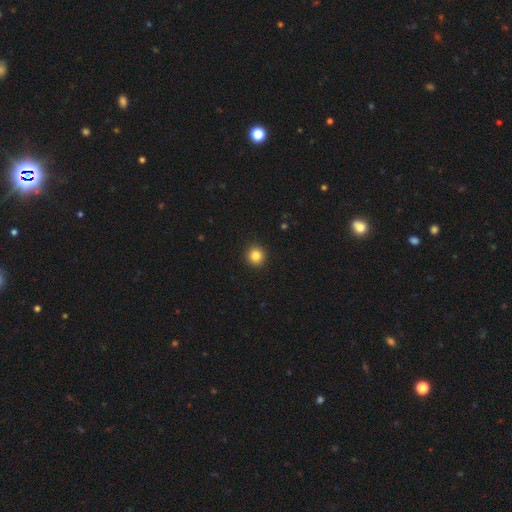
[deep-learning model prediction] Smooth or featured: smooth — 84% (star or artifact — 11%)
How rounded: round — 93% (in between — 6%)
Merging: none — 93% (minor disturbance — 5%)